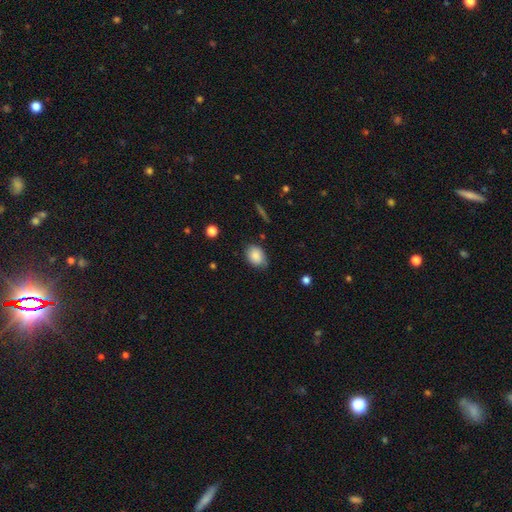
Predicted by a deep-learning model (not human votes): smooth-or-featured: smooth: 85% | star or artifact: 8% | featured or disk: 8%
  how-rounded: in between: 72% | round: 27% | cigar-shaped: 1%
  merging: none: 72% | minor disturbance: 23% | major disturbance: 4% | merger: 2%